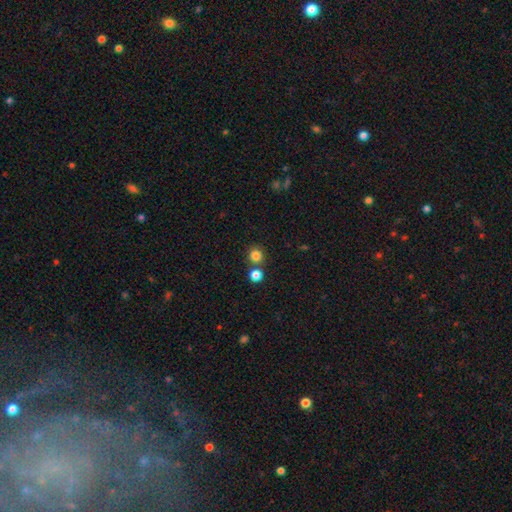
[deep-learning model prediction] Smooth or featured: smooth — 82% (star or artifact — 13%)
How rounded: round — 91% (in between — 8%)
Merging: none — 71% (merger — 20%)